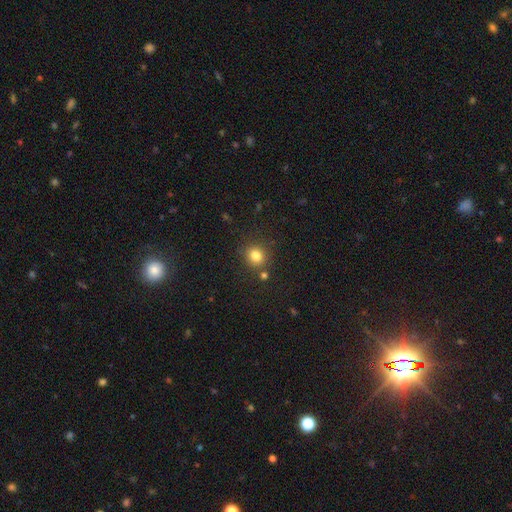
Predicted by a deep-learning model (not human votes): smooth-or-featured: smooth: 81% | star or artifact: 13% | featured or disk: 6%
  how-rounded: round: 81% | in between: 18% | cigar-shaped: 1%
  merging: none: 79% | minor disturbance: 10% | merger: 8% | major disturbance: 3%